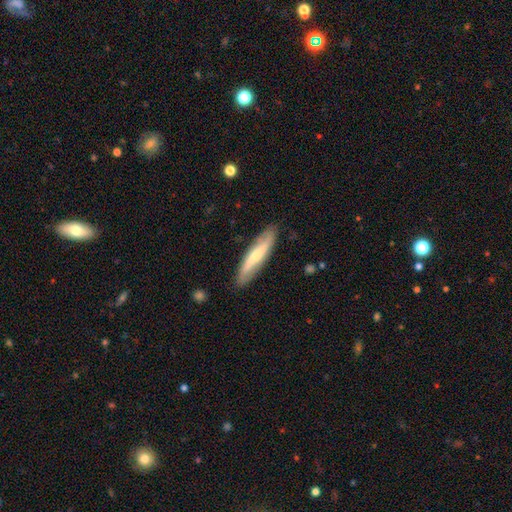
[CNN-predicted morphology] Smooth or featured?
  - featured or disk: 52% *
  - smooth: 43%
  - star or artifact: 5%
Edge-on disk?
  - yes: 54% *
  - no: 46%
Merging?
  - none: 85% *
  - minor disturbance: 12%
  - major disturbance: 2%
  - merger: 1%